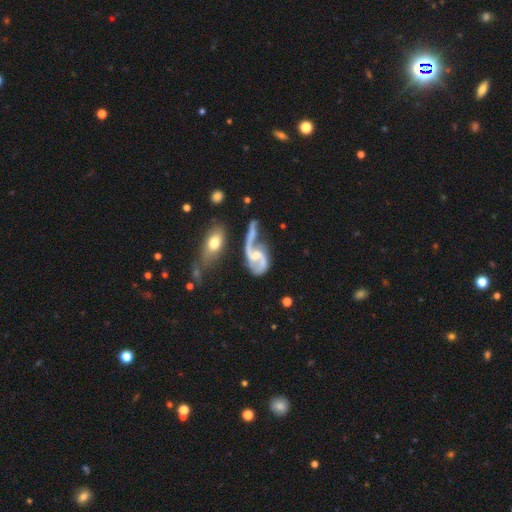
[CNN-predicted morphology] This appears to be a featured or disk galaxy (87%) with a weak bar (45%), 2 (87%) loose (67%) spiral arms (94%) and a small central bulge (46%). Merging: none (35%).